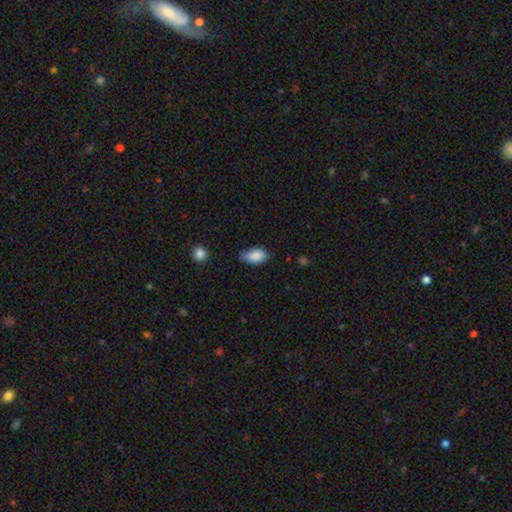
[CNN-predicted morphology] A smooth galaxy with no disk features (86%) that is in between round and cigar-shaped (91%).

Vote fractions:
- Smooth or featured? smooth: 86% / star or artifact: 8% / featured or disk: 6%
- How rounded? in between: 91% / round: 6% / cigar-shaped: 3%
- Merging? none: 59% / minor disturbance: 34% / major disturbance: 5% / merger: 2%